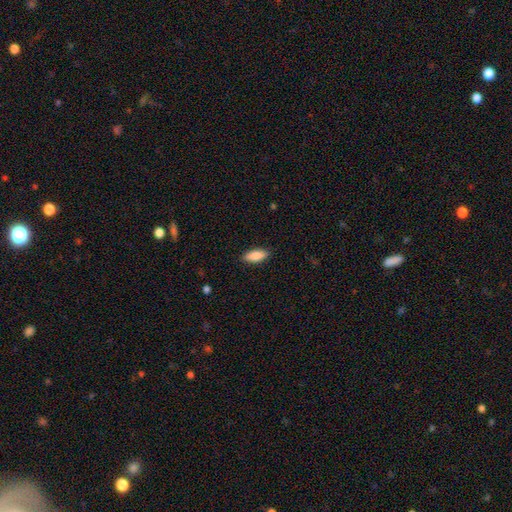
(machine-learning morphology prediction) A smooth galaxy with no disk features (88%) that is in between round and cigar-shaped (80%).

Vote fractions:
- Smooth or featured? smooth: 88% / star or artifact: 6% / featured or disk: 6%
- How rounded? in between: 80% / cigar-shaped: 18% / round: 2%
- Merging? none: 88% / minor disturbance: 9% / major disturbance: 2% / merger: 1%